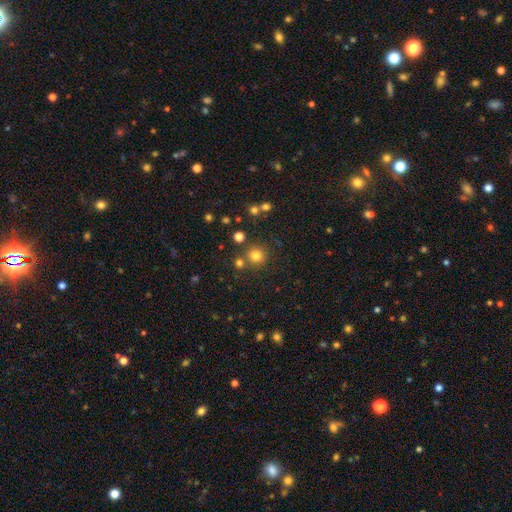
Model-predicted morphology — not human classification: A smooth galaxy with no disk features (78%) that is round (93%).

Vote fractions:
- Smooth or featured? smooth: 78% / star or artifact: 16% / featured or disk: 6%
- How rounded? round: 93% / in between: 6% / cigar-shaped: 1%
- Merging? none: 79% / merger: 10% / minor disturbance: 8% / major disturbance: 3%